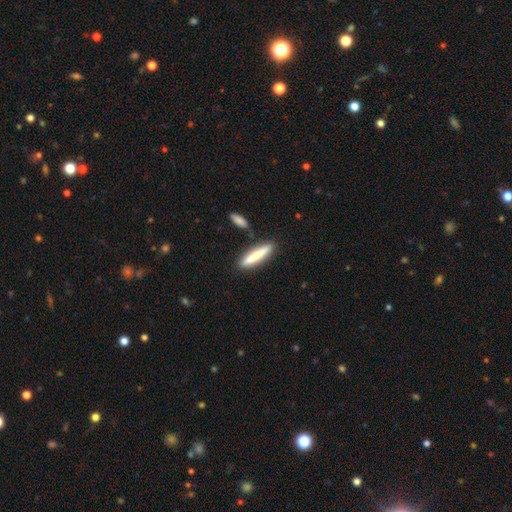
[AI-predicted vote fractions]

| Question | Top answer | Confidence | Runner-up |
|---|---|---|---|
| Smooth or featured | smooth | 76% | featured or disk (18%) |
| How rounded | cigar-shaped | 87% | in between (11%) |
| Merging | none | 82% | minor disturbance (9%) |